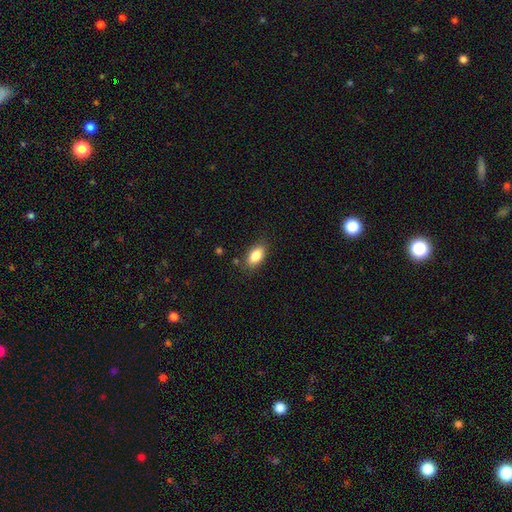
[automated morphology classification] Smooth or featured?
  - smooth: 85% *
  - star or artifact: 7%
  - featured or disk: 7%
How rounded?
  - in between: 90% *
  - round: 5%
  - cigar-shaped: 4%
Merging?
  - none: 84% *
  - minor disturbance: 11%
  - major disturbance: 3%
  - merger: 2%